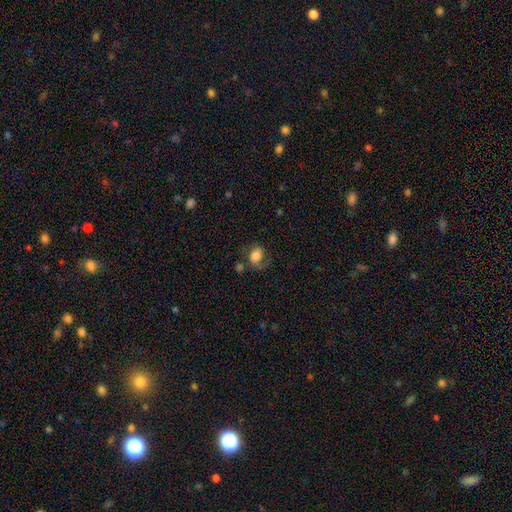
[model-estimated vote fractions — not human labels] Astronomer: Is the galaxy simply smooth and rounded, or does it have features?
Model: smooth — 62%.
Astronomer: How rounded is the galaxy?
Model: in between — 68%.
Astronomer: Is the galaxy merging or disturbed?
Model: none — 52%.